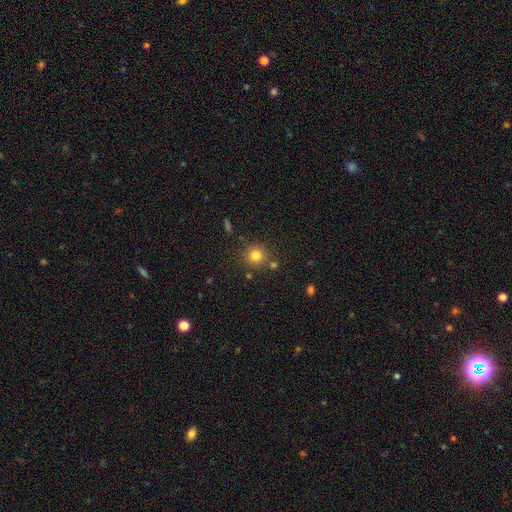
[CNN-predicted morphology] smooth-or-featured: smooth: 80% | star or artifact: 13% | featured or disk: 7%
  how-rounded: round: 91% | in between: 8% | cigar-shaped: 1%
  merging: none: 80% | minor disturbance: 9% | merger: 8% | major disturbance: 3%